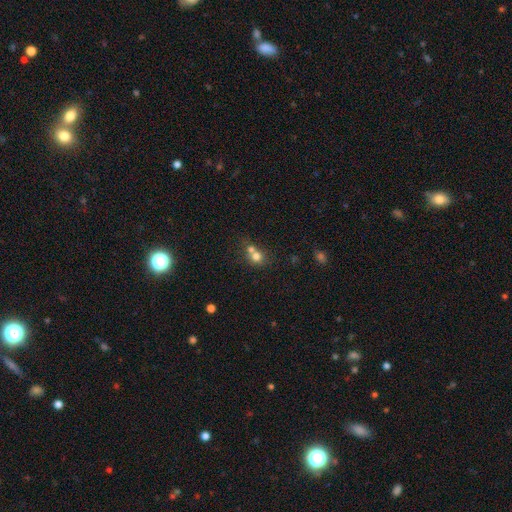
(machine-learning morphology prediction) Overall: smooth (73%). How rounded: round (76%). Merging: merger (59%; none 30%).